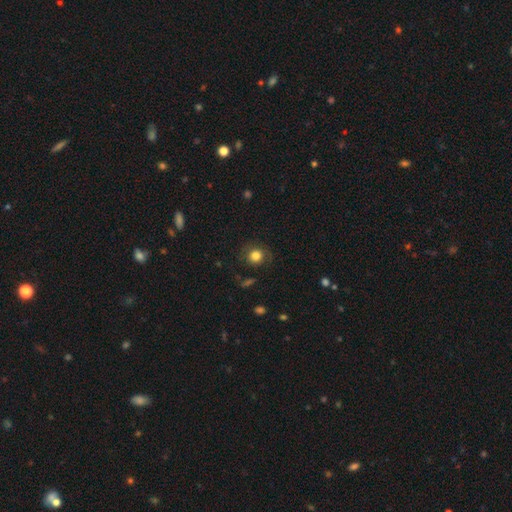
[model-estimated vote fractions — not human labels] Morphology: type=smooth (79%); roundness=round (87%); merging=none (77%).